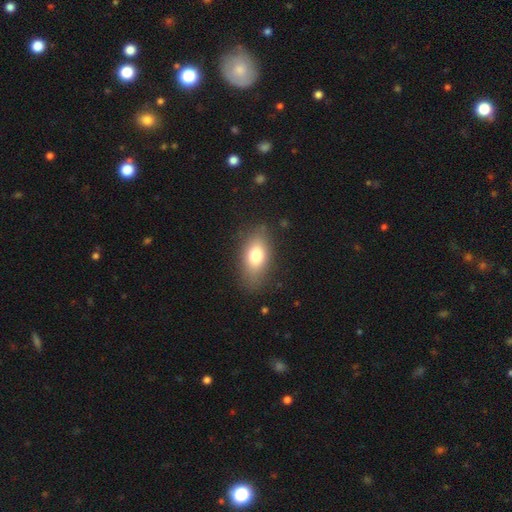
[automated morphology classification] smooth-or-featured: smooth: 75% | featured or disk: 16% | star or artifact: 9%
  how-rounded: in between: 85% | round: 8% | cigar-shaped: 7%
  merging: none: 82% | minor disturbance: 13% | major disturbance: 4% | merger: 1%